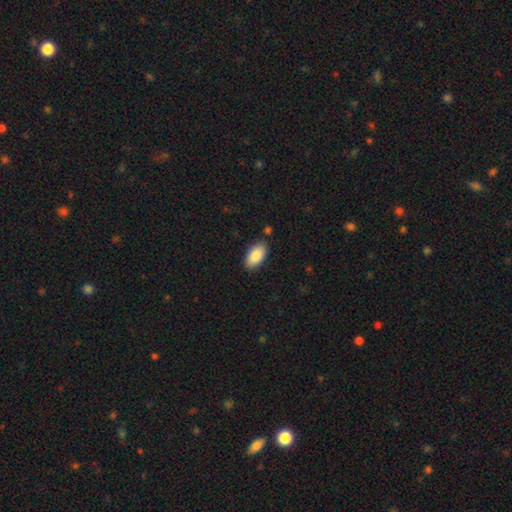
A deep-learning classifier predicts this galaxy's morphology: type=smooth (88%); roundness=in between (95%); merging=none (85%).